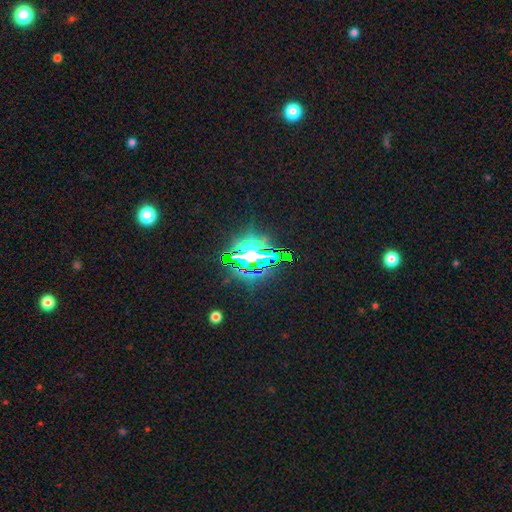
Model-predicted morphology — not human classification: Q: Smooth or featured?
A: star or artifact (72%); runner-up: smooth (17%)